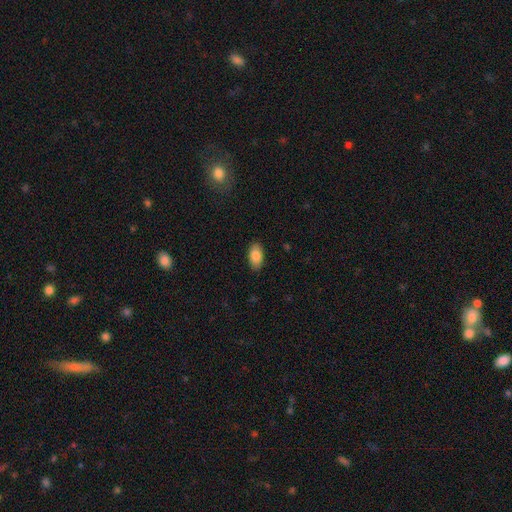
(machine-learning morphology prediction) smooth 86%, featured or disk 7%, star or artifact 7%. Down the decision tree: how rounded — in between (93%); merging — none (88%).